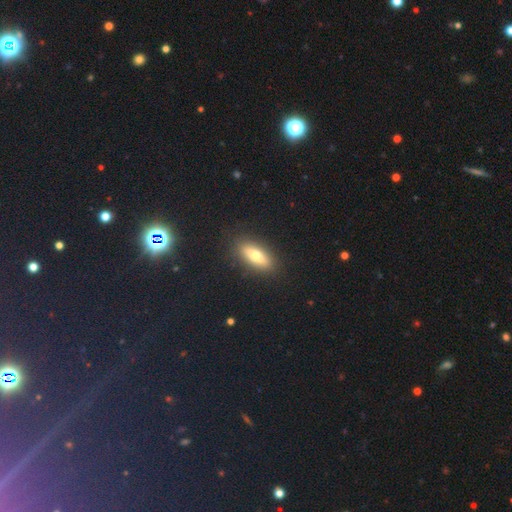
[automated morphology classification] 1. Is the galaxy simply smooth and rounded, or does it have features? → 66% smooth, 26% featured or disk, 8% star or artifact.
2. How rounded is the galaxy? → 72% in between, 25% cigar-shaped, 3% round.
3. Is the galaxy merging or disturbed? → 88% none, 8% minor disturbance, 3% major disturbance, 1% merger.